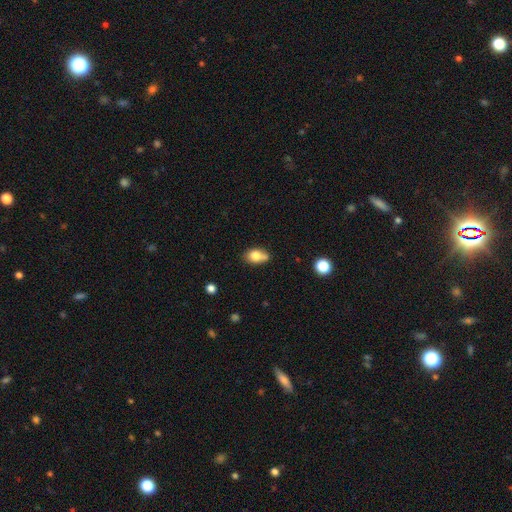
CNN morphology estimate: A smooth galaxy with no disk features (77%) that is in between round and cigar-shaped (73%).

Vote fractions:
- Smooth or featured? smooth: 77% / featured or disk: 14% / star or artifact: 9%
- How rounded? in between: 73% / round: 25% / cigar-shaped: 2%
- Merging? none: 52% / minor disturbance: 24% / merger: 18% / major disturbance: 6%